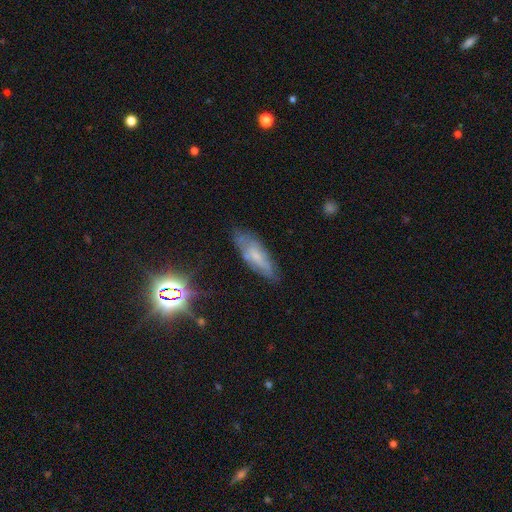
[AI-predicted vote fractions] smooth_or_featured: smooth (p=0.46) [alt: featured or disk p=0.41]
merging: none (p=0.67) [alt: minor disturbance p=0.23]